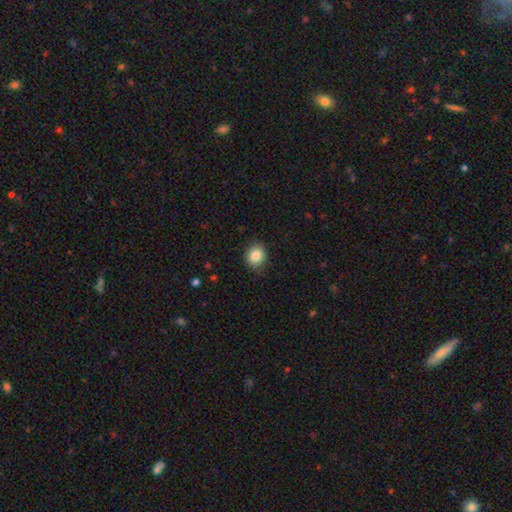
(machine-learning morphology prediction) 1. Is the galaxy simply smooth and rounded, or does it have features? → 84% smooth, 9% star or artifact, 7% featured or disk.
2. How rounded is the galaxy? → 63% round, 36% in between, 1% cigar-shaped.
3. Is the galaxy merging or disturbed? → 84% none, 13% minor disturbance, 3% major disturbance, 1% merger.